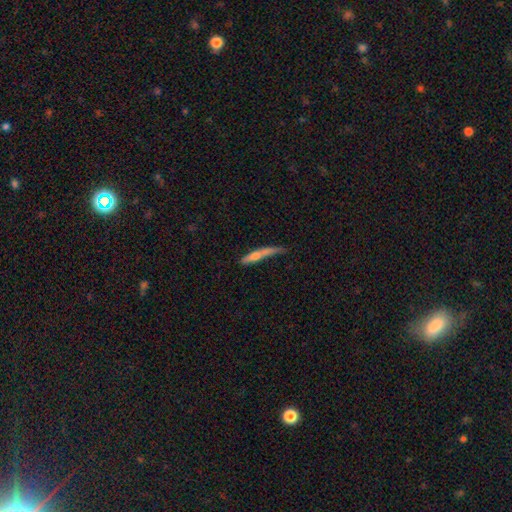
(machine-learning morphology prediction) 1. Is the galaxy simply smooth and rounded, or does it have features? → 48% featured or disk, 44% smooth, 8% star or artifact.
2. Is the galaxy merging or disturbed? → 53% none, 28% minor disturbance, 14% major disturbance, 6% merger.